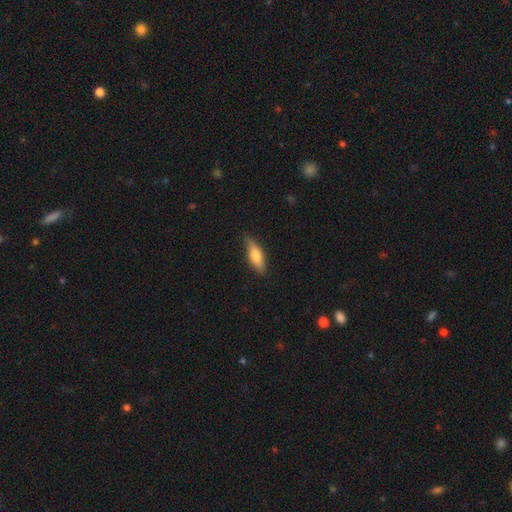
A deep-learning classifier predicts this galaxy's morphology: Smooth or featured? Predicted: smooth (p=0.69). How rounded? Predicted: in between (p=0.51). Merging? Predicted: none (p=0.80).